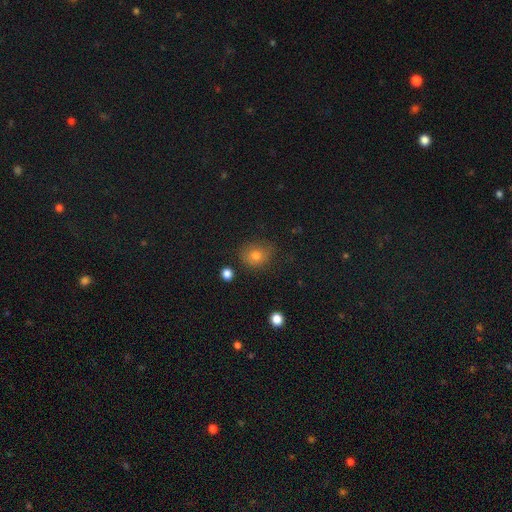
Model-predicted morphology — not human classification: Smooth or featured?
  - smooth: 76% *
  - star or artifact: 15%
  - featured or disk: 10%
How rounded?
  - round: 65% *
  - in between: 34%
  - cigar-shaped: 1%
Merging?
  - none: 74% *
  - minor disturbance: 18%
  - major disturbance: 5%
  - merger: 2%